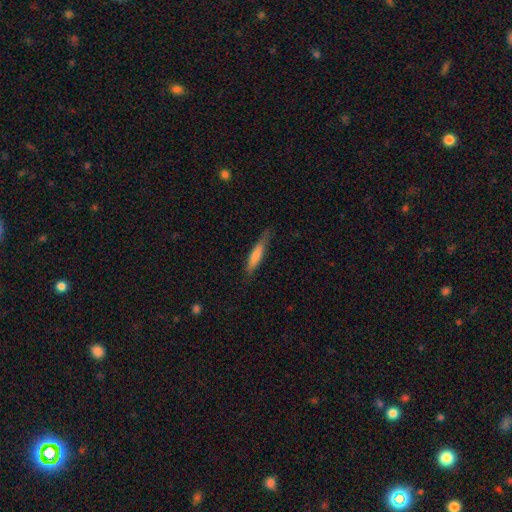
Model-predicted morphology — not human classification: A smooth galaxy with no disk features (72%) that is cigar-shaped (85%). Merging: none (77%).